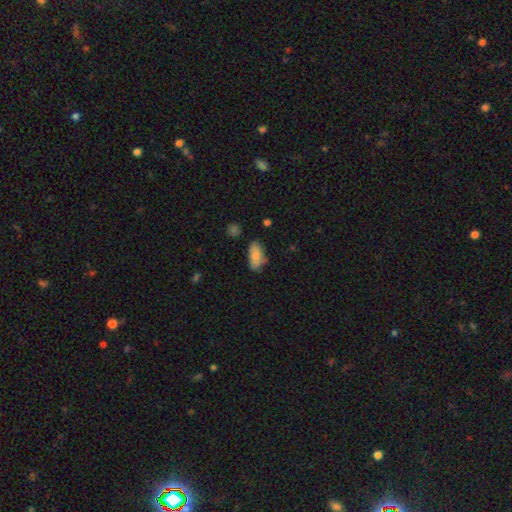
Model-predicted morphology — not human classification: This appears to be a smooth galaxy with no disk features (79%) that is in between round and cigar-shaped (90%). Merging: none (57%).